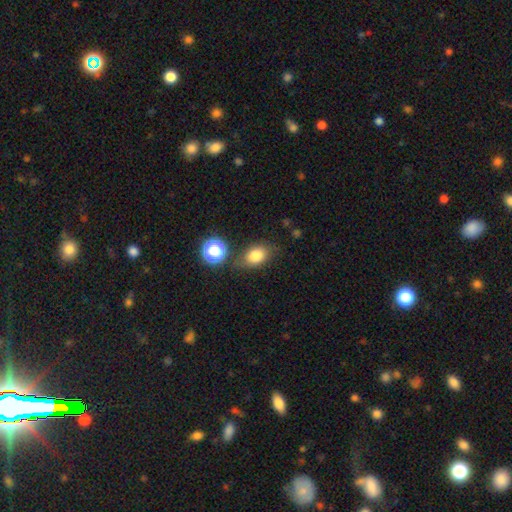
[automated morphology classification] Overall: smooth (80%). How rounded: in between (73%). Merging: none (73%).